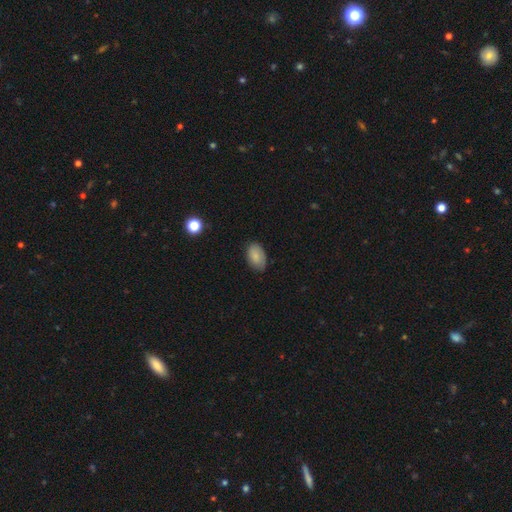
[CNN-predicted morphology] This is clearly a smooth galaxy (82%). How rounded: clearly in between (91%). Merging: likely none (78%).